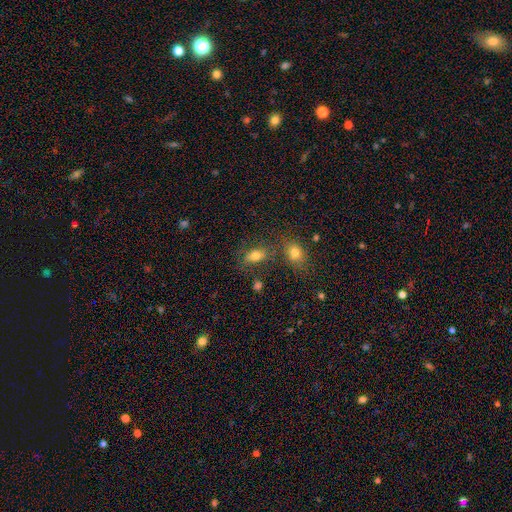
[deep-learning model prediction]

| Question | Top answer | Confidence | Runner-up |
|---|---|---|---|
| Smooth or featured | smooth | 76% | star or artifact (13%) |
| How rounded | in between | 83% | round (11%) |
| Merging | none | 67% | minor disturbance (14%) |